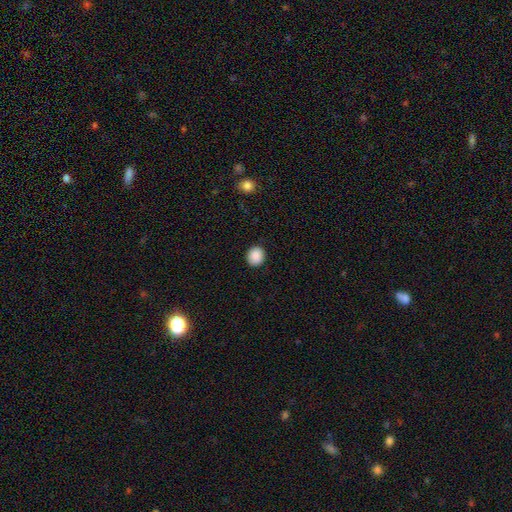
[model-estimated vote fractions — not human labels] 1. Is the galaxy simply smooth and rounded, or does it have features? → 89% smooth, 8% star or artifact, 3% featured or disk.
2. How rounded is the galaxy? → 77% round, 22% in between, 1% cigar-shaped.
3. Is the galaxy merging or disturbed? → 91% none, 6% minor disturbance, 2% major disturbance, 1% merger.